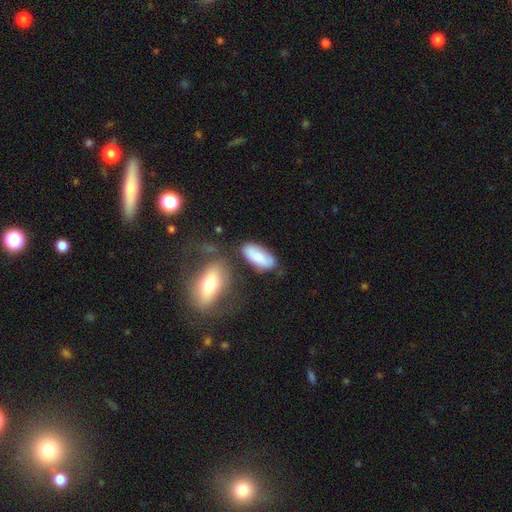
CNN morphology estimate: A smooth galaxy with no disk features (77%) that is in between round and cigar-shaped (84%).

Vote fractions:
- Smooth or featured? smooth: 77% / featured or disk: 17% / star or artifact: 6%
- How rounded? in between: 84% / cigar-shaped: 13% / round: 2%
- Merging? none: 68% / minor disturbance: 18% / merger: 9% / major disturbance: 5%